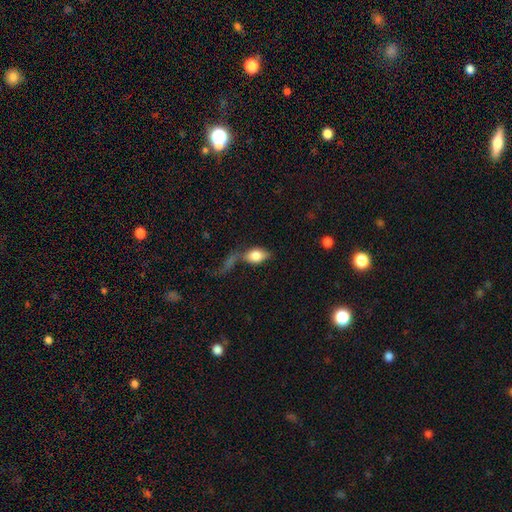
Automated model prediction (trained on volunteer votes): The model was most divided on "merging": merger: 34%, none: 30%, major disturbance: 21%, minor disturbance: 16%. More confident: how rounded — in between (85%); smooth or featured — smooth (77%).